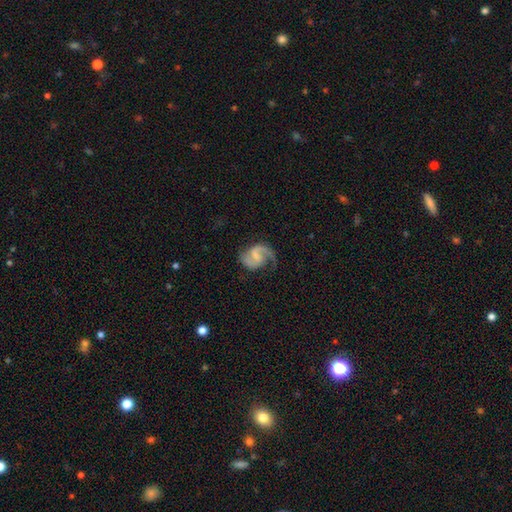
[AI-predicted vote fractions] Smooth or featured: featured or disk — 85% (smooth — 10%)
Edge-on disk: no — 98% (yes — 2%)
Bar: weak — 54% (no — 25%)
Spiral arms: yes — 96% (no — 4%)
Spiral winding: medium — 52% (loose — 28%)
Spiral arm count: 2 — 76% (1 — 18%)
Bulge size: none — 45% (small — 33%)
Merging: none — 65% (minor disturbance — 20%)